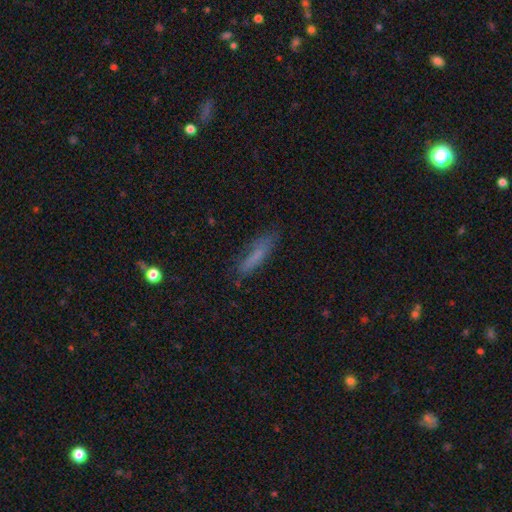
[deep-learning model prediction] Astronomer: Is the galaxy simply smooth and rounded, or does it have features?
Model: smooth — 68%.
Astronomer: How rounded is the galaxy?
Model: cigar-shaped — 78%.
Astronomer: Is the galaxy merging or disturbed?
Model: none — 73%.